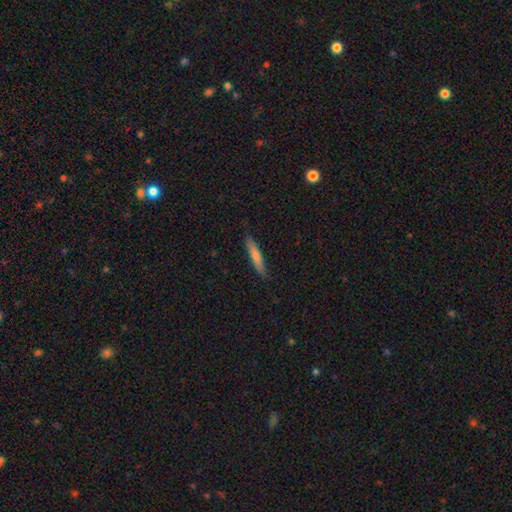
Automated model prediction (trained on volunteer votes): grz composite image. It shows a smooth galaxy with no disk features (70%) that is cigar-shaped (88%). Merging: none (86%).